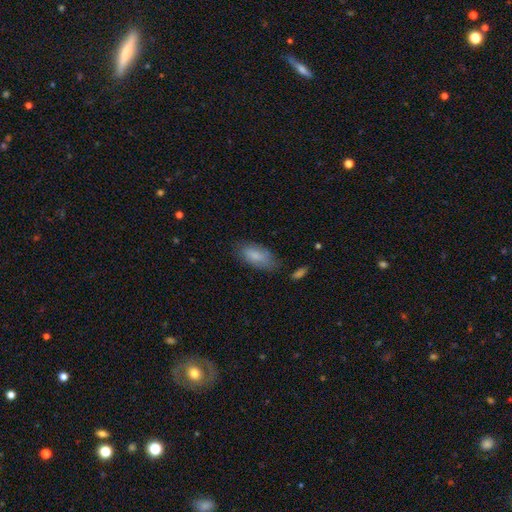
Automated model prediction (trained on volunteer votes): Smooth or featured?
  - smooth: 82% *
  - featured or disk: 12%
  - star or artifact: 7%
How rounded?
  - in between: 87% *
  - cigar-shaped: 11%
  - round: 2%
Merging?
  - none: 72% *
  - minor disturbance: 20%
  - major disturbance: 5%
  - merger: 3%